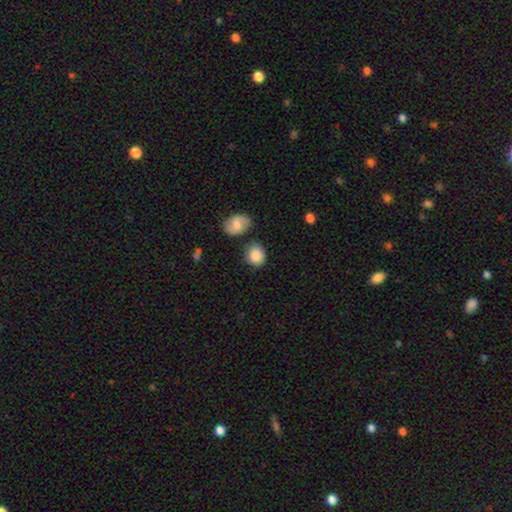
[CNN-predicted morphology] A smooth galaxy with no disk features (86%) that is round (66%). Merging: none (73%).